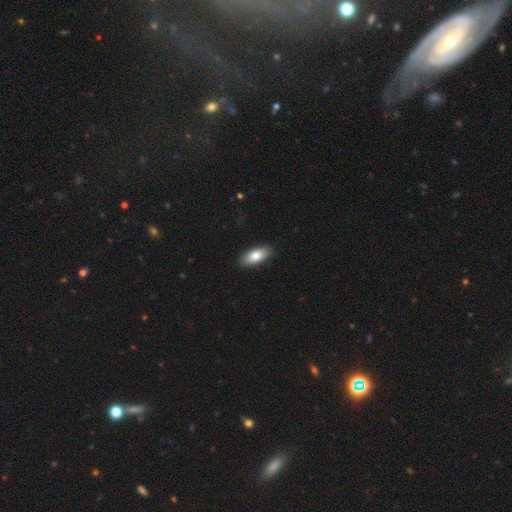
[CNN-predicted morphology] A smooth galaxy with no disk features (79%) that is in between round and cigar-shaped (86%).

Vote fractions:
- Smooth or featured? smooth: 79% / featured or disk: 15% / star or artifact: 6%
- How rounded? in between: 86% / cigar-shaped: 11% / round: 3%
- Merging? none: 90% / minor disturbance: 8% / major disturbance: 2% / merger: 1%